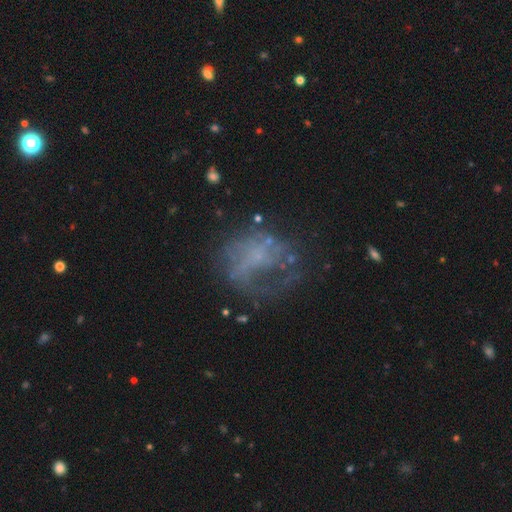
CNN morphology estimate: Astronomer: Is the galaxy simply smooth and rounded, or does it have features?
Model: featured or disk — 53%.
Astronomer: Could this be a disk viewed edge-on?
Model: no — 97%.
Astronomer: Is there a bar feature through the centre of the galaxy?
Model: no — 81%.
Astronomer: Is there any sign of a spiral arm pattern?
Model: no — 74%.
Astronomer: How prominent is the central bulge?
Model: none — 64%.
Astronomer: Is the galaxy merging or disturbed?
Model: none — 40% (runner-up: major disturbance, 36%).